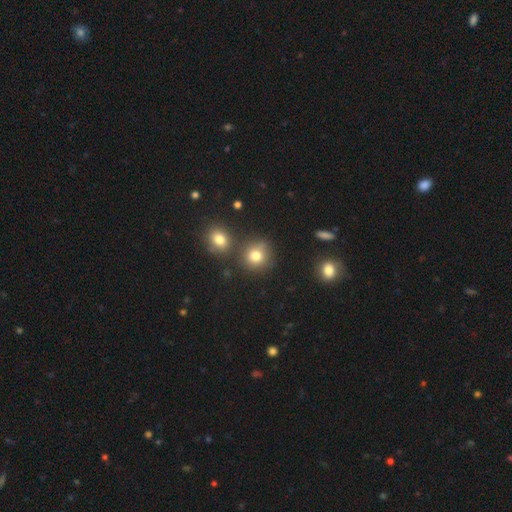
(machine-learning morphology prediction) Q: Smooth or featured?
A: smooth (77%); runner-up: star or artifact (15%)
Q: How rounded?
A: round (87%); runner-up: in between (12%)
Q: Merging?
A: none (71%); runner-up: merger (14%)